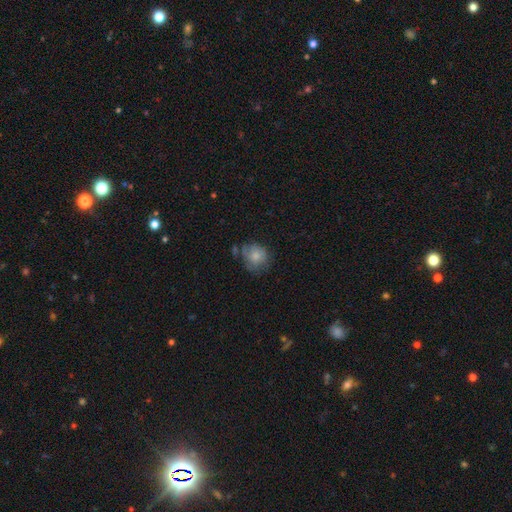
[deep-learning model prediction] Smooth or featured: smooth — 72% (featured or disk — 20%)
How rounded: round — 75% (in between — 24%)
Merging: none — 53% (minor disturbance — 29%)